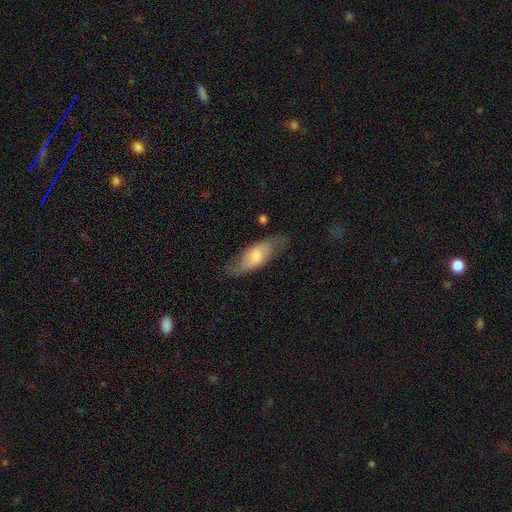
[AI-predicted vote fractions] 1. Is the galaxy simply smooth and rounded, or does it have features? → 48% smooth, 46% featured or disk, 6% star or artifact.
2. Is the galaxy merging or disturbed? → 70% none, 21% minor disturbance, 7% major disturbance, 2% merger.